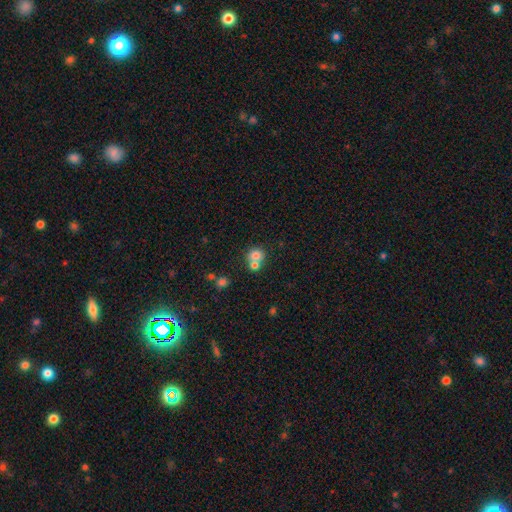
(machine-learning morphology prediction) Smooth or featured? smooth (75%)
How rounded? round (82%)
Merging? merger (47%)